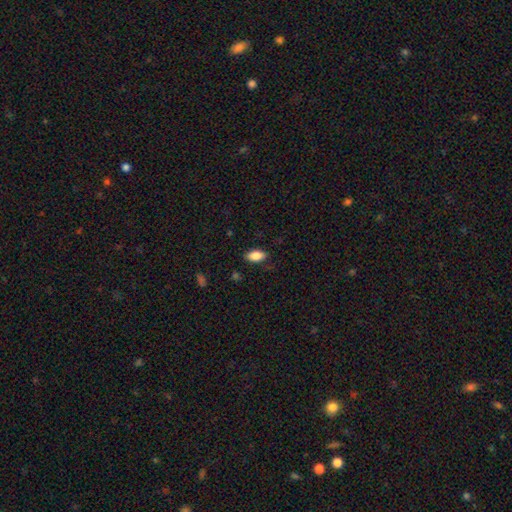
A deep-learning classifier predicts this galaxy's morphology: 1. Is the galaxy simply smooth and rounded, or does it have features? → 86% smooth, 7% star or artifact, 7% featured or disk.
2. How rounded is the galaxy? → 91% in between, 5% cigar-shaped, 3% round.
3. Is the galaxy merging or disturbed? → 82% none, 13% minor disturbance, 3% major disturbance, 1% merger.